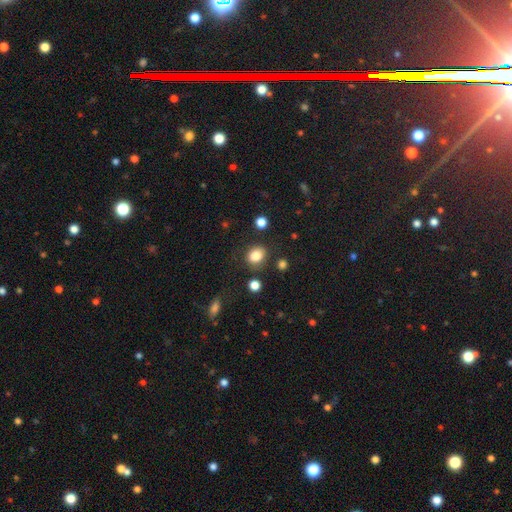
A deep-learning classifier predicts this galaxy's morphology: A smooth galaxy with no disk features (84%) that is round (54%). Merging: none (77%).